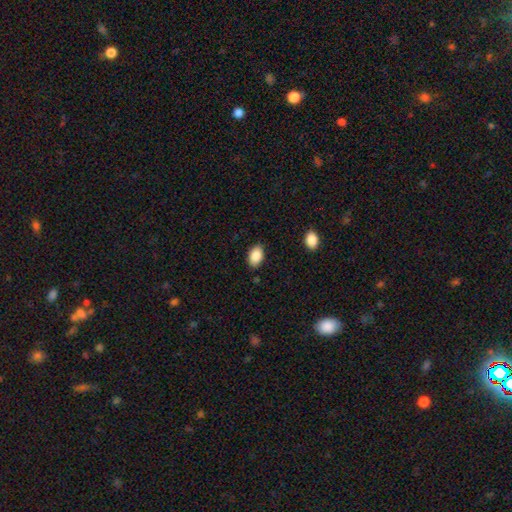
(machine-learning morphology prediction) Smooth or featured? smooth (88%)
How rounded? in between (89%)
Merging? none (84%)